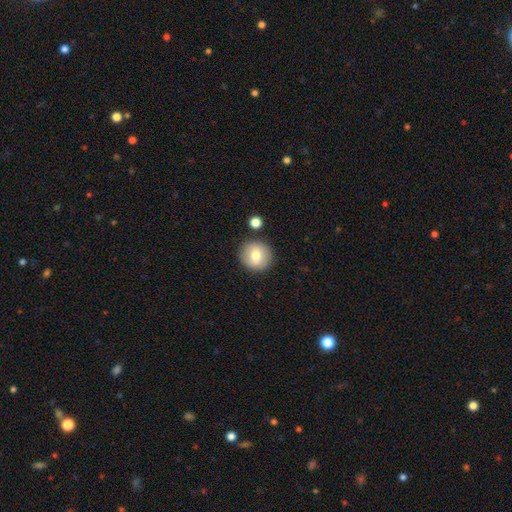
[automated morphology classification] smooth-or-featured: smooth: 74% | featured or disk: 18% | star or artifact: 8%
  how-rounded: round: 91% | in between: 8% | cigar-shaped: 1%
  merging: none: 86% | minor disturbance: 8% | merger: 4% | major disturbance: 2%